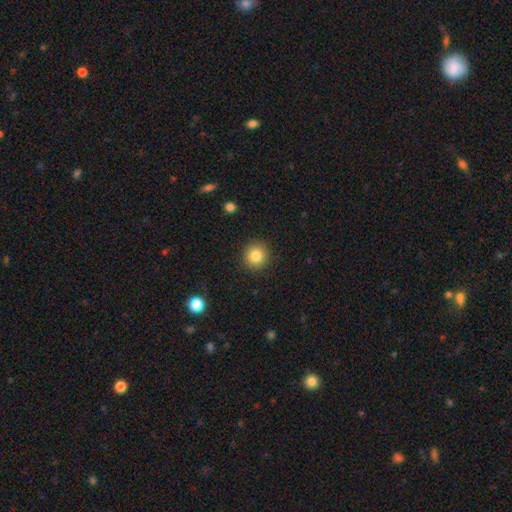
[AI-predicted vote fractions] smooth-or-featured: smooth: 84% | star or artifact: 10% | featured or disk: 6%
  how-rounded: round: 91% | in between: 8% | cigar-shaped: 1%
  merging: none: 90% | minor disturbance: 6% | major disturbance: 2% | merger: 1%